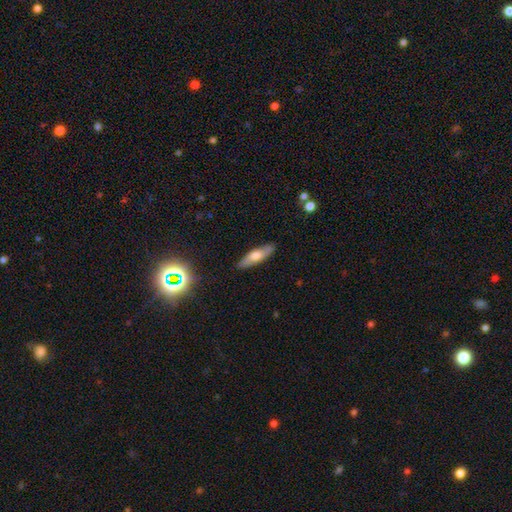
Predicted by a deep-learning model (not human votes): A smooth galaxy with no disk features (56%) that is cigar-shaped (60%).

Vote fractions:
- Smooth or featured? smooth: 56% / featured or disk: 37% / star or artifact: 7%
- How rounded? cigar-shaped: 60% / in between: 38% / round: 2%
- Merging? none: 86% / minor disturbance: 11% / major disturbance: 2% / merger: 1%